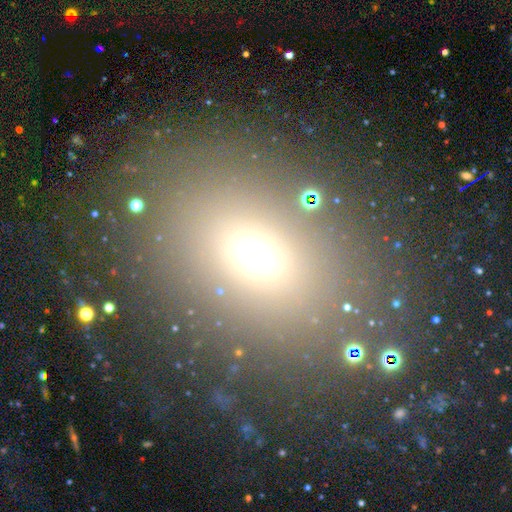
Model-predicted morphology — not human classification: Smooth or featured? smooth (63%)
How rounded? in between (60%)
Merging? none (80%)